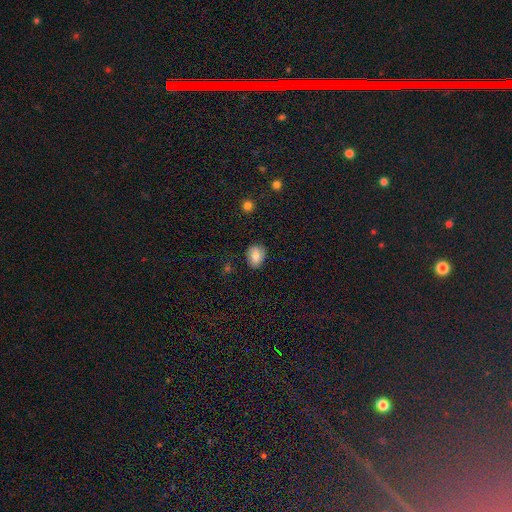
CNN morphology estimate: smooth_or_featured: smooth (p=0.82) [alt: star or artifact p=0.09]
how_rounded: in between (p=0.60) [alt: round p=0.39]
merging: none (p=0.84) [alt: minor disturbance p=0.12]